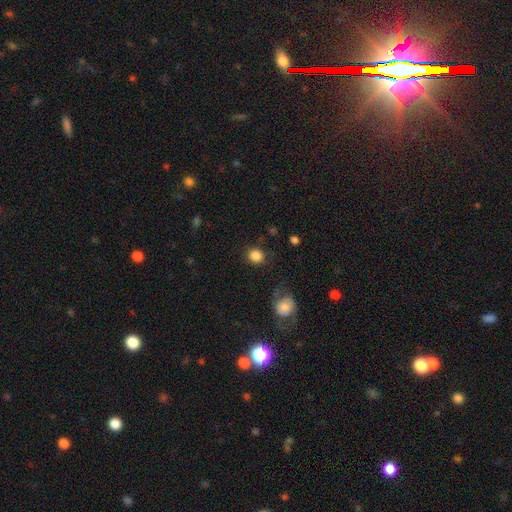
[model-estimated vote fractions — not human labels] smooth 86%, star or artifact 10%, featured or disk 4%. Down the decision tree: how rounded — round (82%); merging — none (84%).